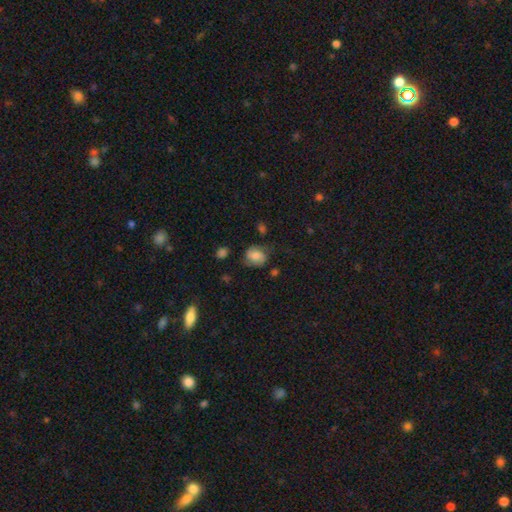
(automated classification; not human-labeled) smooth 63%, featured or disk 27%, star or artifact 10%. Down the decision tree: how rounded — in between (51%); merging — none (57%).